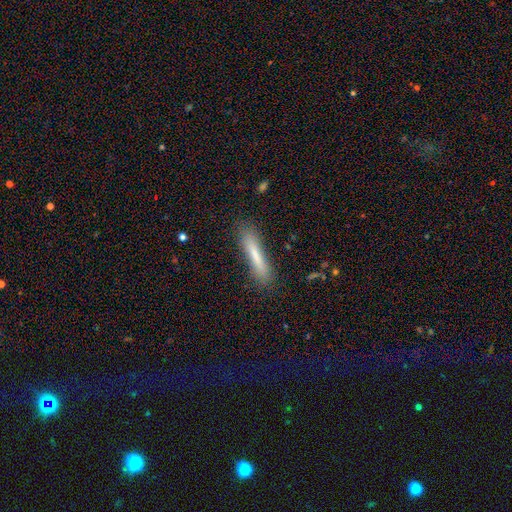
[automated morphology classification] A smooth galaxy with no disk features (75%) that is cigar-shaped (91%).

Vote fractions:
- Smooth or featured? smooth: 75% / featured or disk: 17% / star or artifact: 8%
- How rounded? cigar-shaped: 91% / in between: 8% / round: 1%
- Merging? none: 81% / minor disturbance: 13% / major disturbance: 4% / merger: 2%